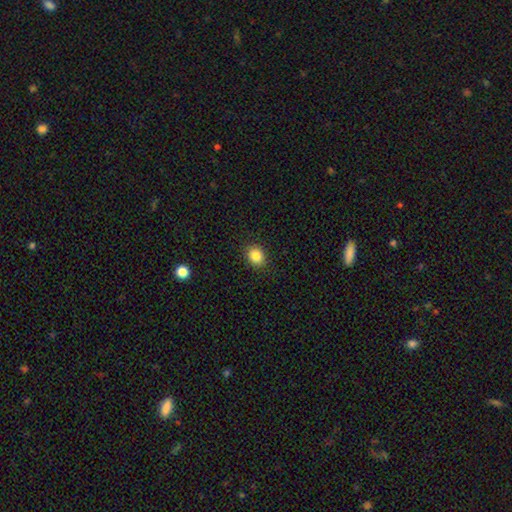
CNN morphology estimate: type=smooth (85%); roundness=round (56%); merging=none (89%).